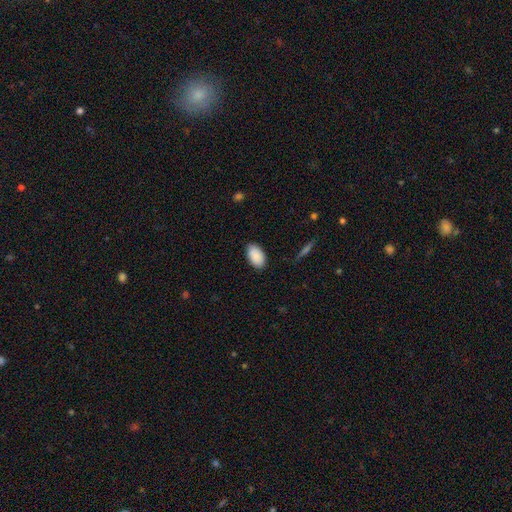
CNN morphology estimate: smooth 90%, star or artifact 6%, featured or disk 3%. Down the decision tree: how rounded — in between (94%); merging — none (87%).